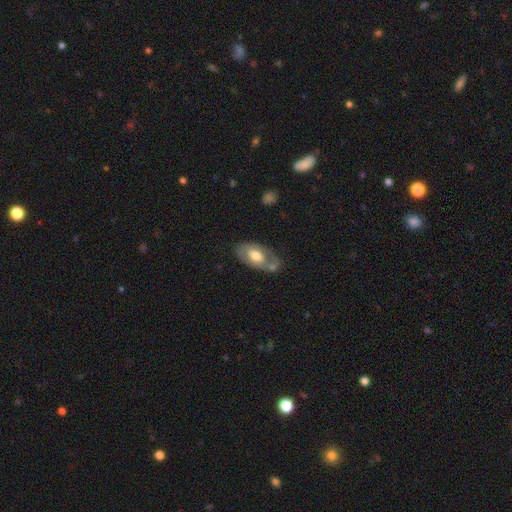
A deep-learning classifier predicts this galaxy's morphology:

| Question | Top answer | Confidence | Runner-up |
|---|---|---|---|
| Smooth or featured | featured or disk | 48% | smooth (47%) |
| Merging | none | 57% | minor disturbance (24%) |